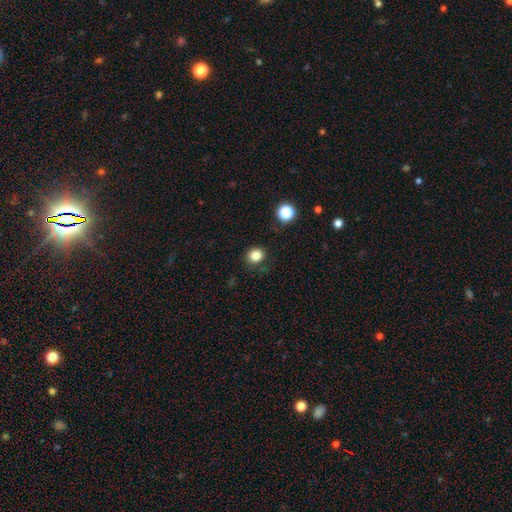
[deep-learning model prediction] Smooth or featured?
  - smooth: 82% *
  - star or artifact: 13%
  - featured or disk: 5%
How rounded?
  - round: 81% *
  - in between: 18%
  - cigar-shaped: 1%
Merging?
  - none: 84% *
  - minor disturbance: 11%
  - major disturbance: 3%
  - merger: 2%